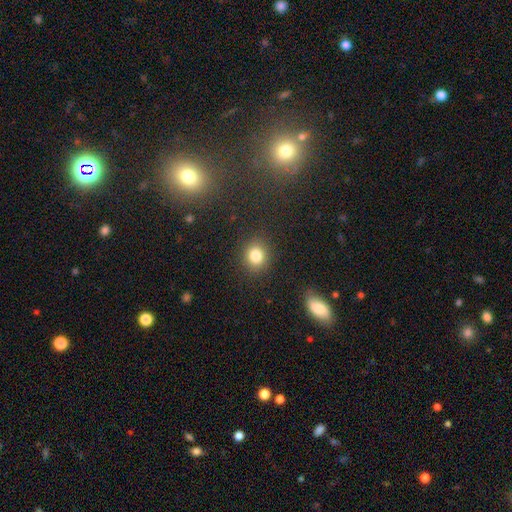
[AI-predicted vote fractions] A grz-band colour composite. It shows a smooth galaxy with no disk features (83%) that is round (72%). Merging: none (87%).